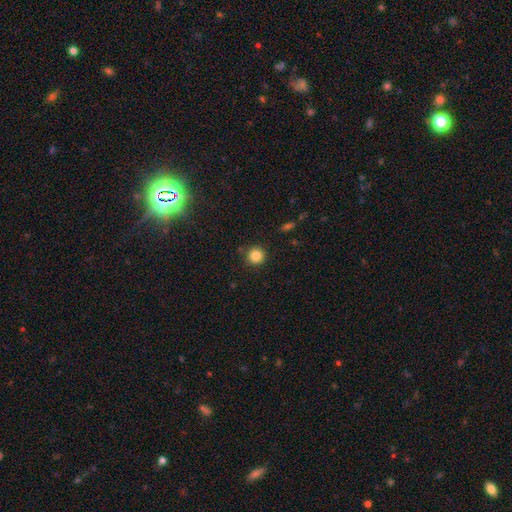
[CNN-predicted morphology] The model was most divided on "smooth or featured": smooth: 84%, star or artifact: 11%, featured or disk: 4%. More confident: how rounded — round (94%); merging — none (89%).